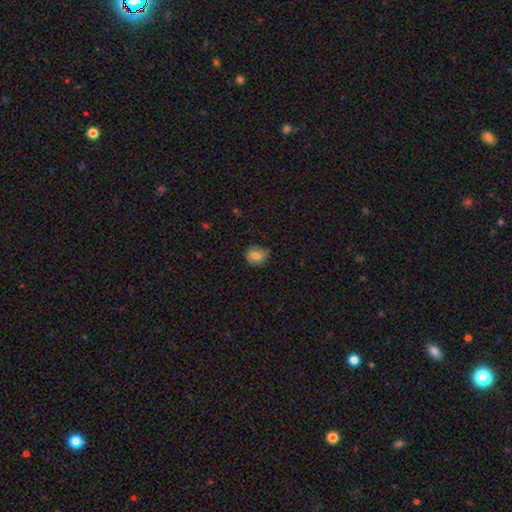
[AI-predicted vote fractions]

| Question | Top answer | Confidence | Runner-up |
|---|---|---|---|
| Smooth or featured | smooth | 60% | featured or disk (31%) |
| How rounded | round | 58% | in between (41%) |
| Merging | none | 73% | minor disturbance (20%) |